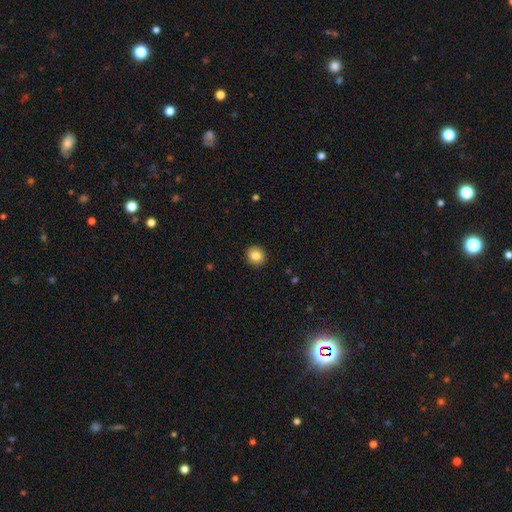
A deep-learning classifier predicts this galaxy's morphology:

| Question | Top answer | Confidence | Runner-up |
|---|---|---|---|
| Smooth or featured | smooth | 85% | star or artifact (9%) |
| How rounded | round | 83% | in between (16%) |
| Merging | none | 91% | minor disturbance (6%) |